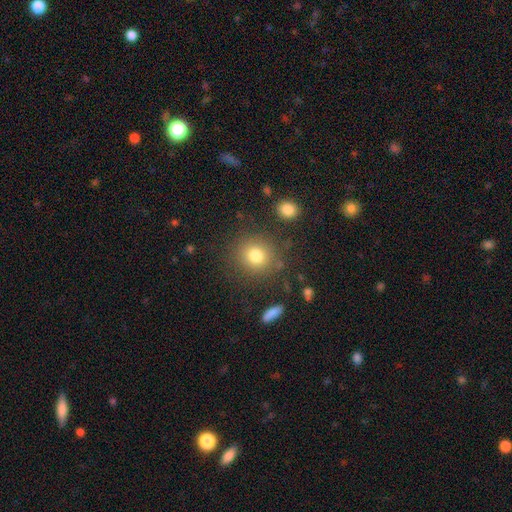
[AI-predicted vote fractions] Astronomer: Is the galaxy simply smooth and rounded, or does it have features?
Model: smooth — 78%.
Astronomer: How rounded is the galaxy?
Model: round — 87%.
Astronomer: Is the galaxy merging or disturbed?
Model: none — 83%.